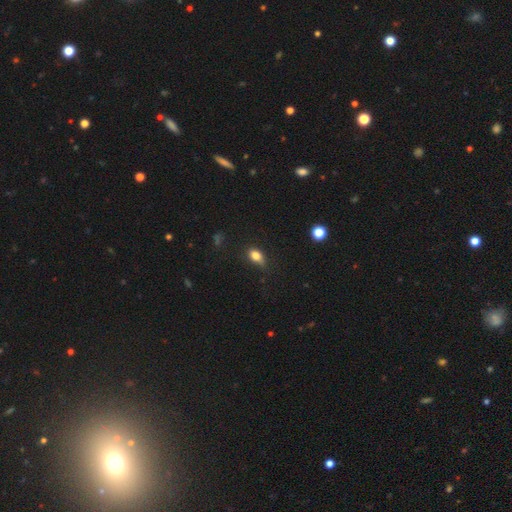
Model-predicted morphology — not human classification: Smooth or featured? Predicted: smooth (p=0.81). How rounded? Predicted: in between (p=0.77). Merging? Predicted: none (p=0.62).